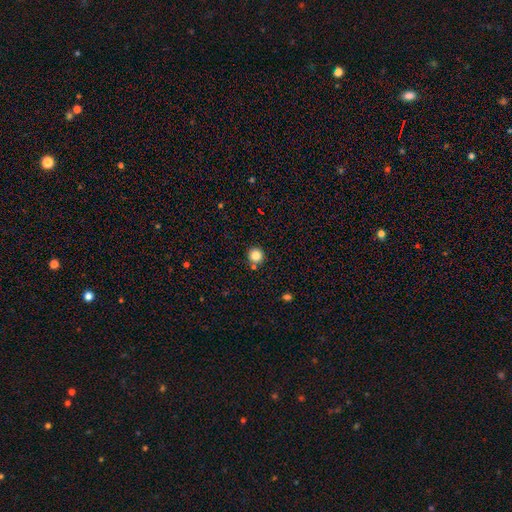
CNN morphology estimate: smooth 84%, star or artifact 11%, featured or disk 5%. Down the decision tree: how rounded — round (94%); merging — none (84%).